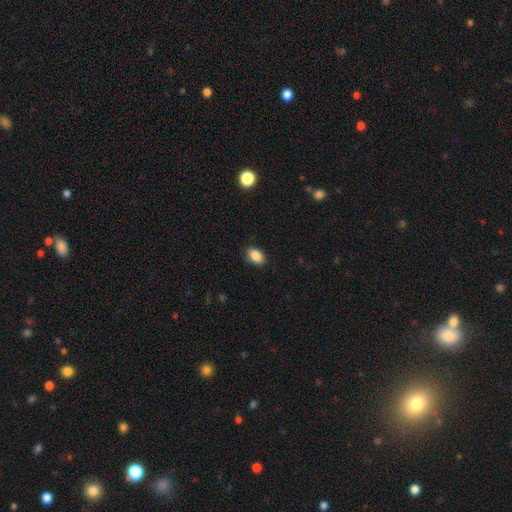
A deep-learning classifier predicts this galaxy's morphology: A smooth galaxy with no disk features (87%) that is in between round and cigar-shaped (87%). Merging: none (86%).